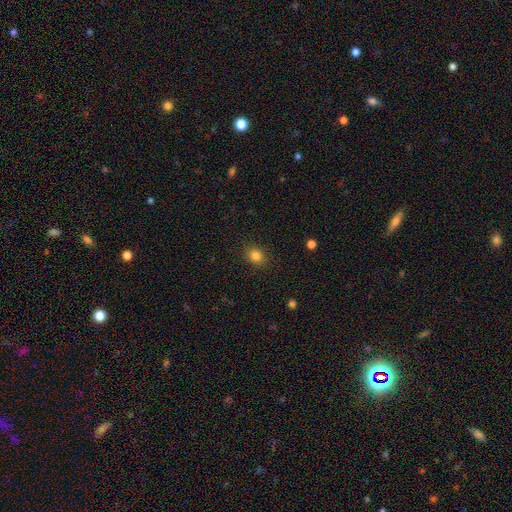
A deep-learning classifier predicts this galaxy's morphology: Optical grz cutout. It shows a smooth galaxy with no disk features (83%) that is round (62%). Merging: none (87%).